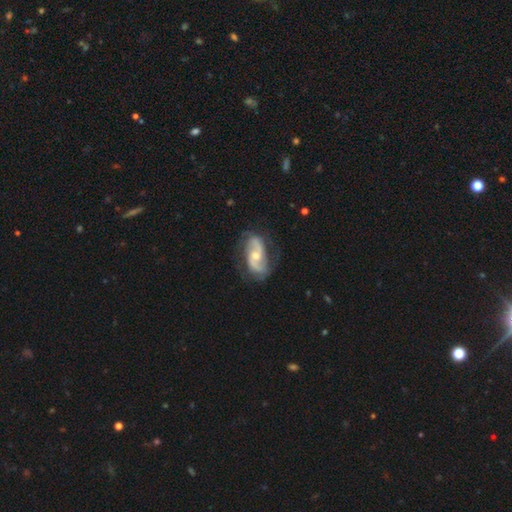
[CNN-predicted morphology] This is clearly a featured or disk galaxy (82%). It is clearly not viewed edge-on (96%). Bar: possibly no (51%). Spiral arm pattern: clearly yes (94%). Spiral arm count: clearly 2 (86%). Spiral winding: marginally medium (44%). Central bulge: possibly moderate (54%). Merging: likely none (71%).